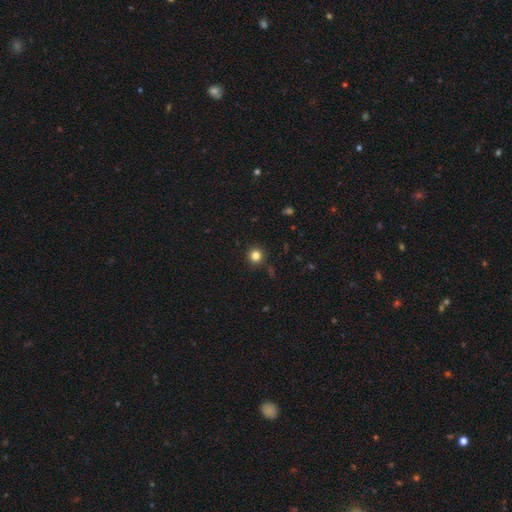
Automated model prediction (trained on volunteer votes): smooth_or_featured: smooth (p=0.82) [alt: star or artifact p=0.13]
how_rounded: round (p=0.95) [alt: in between p=0.04]
merging: none (p=0.92) [alt: minor disturbance p=0.05]